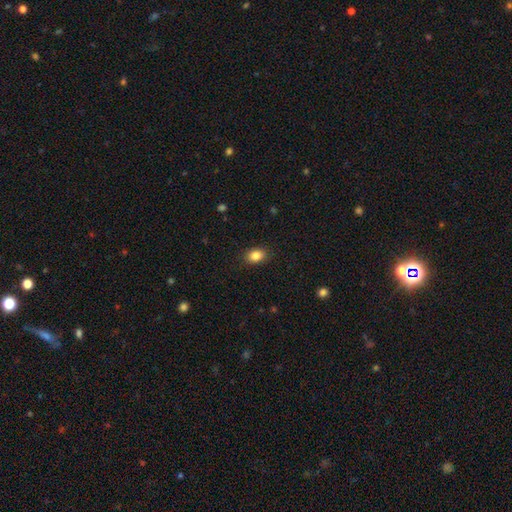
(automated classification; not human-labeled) Smooth or featured: smooth — 86% (star or artifact — 9%)
How rounded: in between — 76% (round — 23%)
Merging: none — 88% (minor disturbance — 9%)